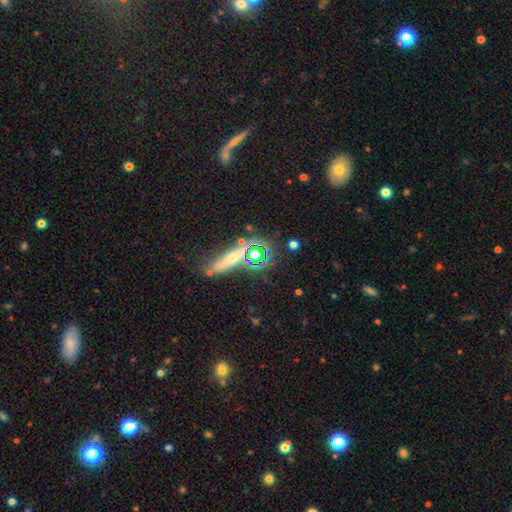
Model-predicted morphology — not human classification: Smooth or featured?
  - smooth: 38% * (tied)
  - star or artifact: 38% * (tied)
  - featured or disk: 25%
Merging?
  - none: 56% *
  - merger: 24%
  - minor disturbance: 12%
  - major disturbance: 8%